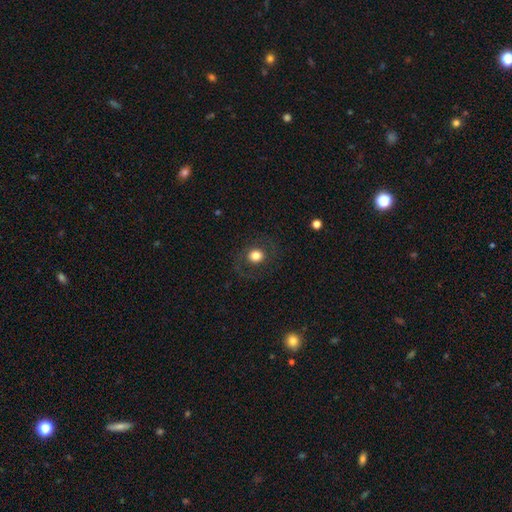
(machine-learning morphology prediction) The model was most divided on "smooth or featured": smooth: 72%, featured or disk: 18%, star or artifact: 10%. More confident: merging — none (83%); how rounded — round (81%).